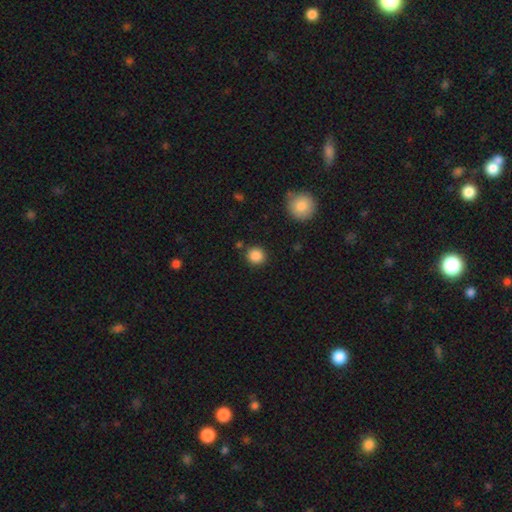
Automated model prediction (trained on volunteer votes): Morphology: type=smooth (87%); roundness=round (91%); merging=none (88%).